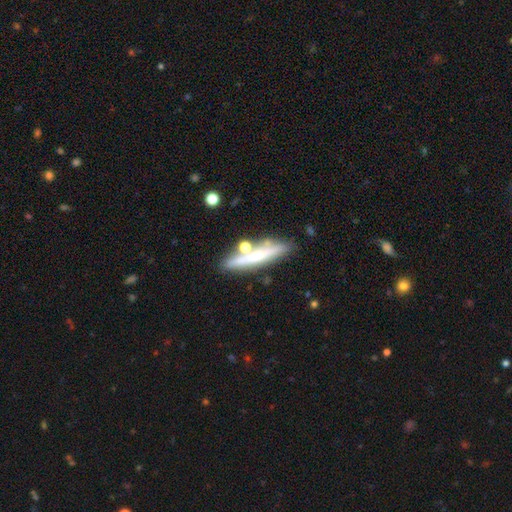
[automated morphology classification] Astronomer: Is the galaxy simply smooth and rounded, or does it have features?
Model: featured or disk — 51% (runner-up: smooth, 40%).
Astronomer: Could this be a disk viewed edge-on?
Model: yes — 89%.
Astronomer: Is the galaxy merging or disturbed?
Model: none — 72%.